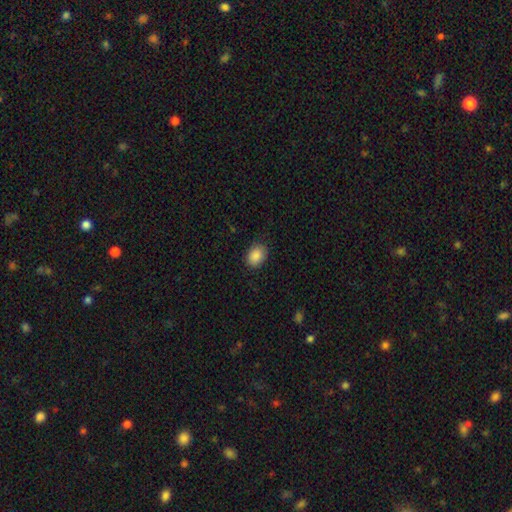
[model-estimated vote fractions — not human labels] Smooth or featured: smooth — 89% (star or artifact — 8%)
How rounded: in between — 69% (round — 30%)
Merging: none — 85% (minor disturbance — 12%)